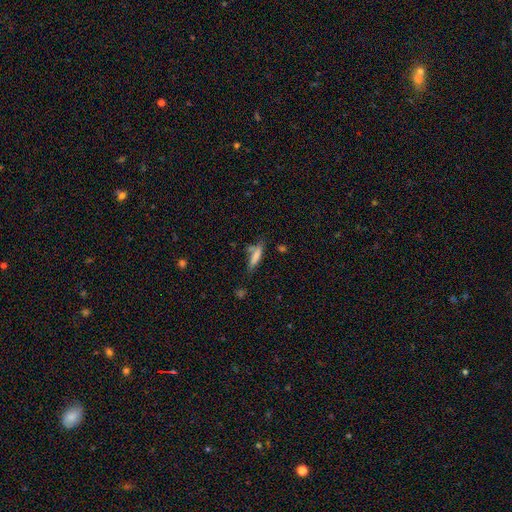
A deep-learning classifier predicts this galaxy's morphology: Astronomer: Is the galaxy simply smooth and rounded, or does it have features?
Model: smooth — 75%.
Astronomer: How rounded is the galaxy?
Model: cigar-shaped — 76%.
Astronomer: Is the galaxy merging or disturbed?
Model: none — 62%.